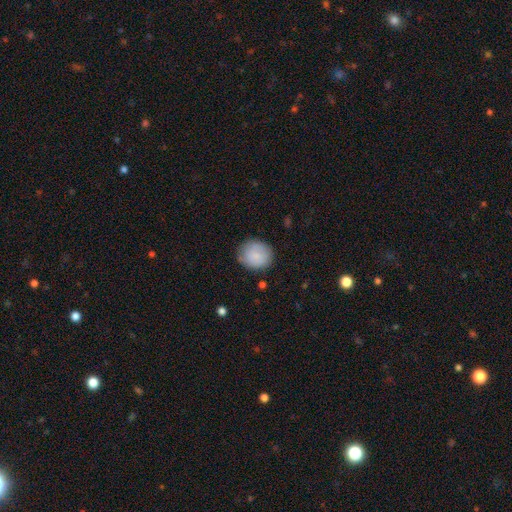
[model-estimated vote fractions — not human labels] smooth 84%, featured or disk 9%, star or artifact 7%. Down the decision tree: how rounded — round (79%); merging — none (80%).